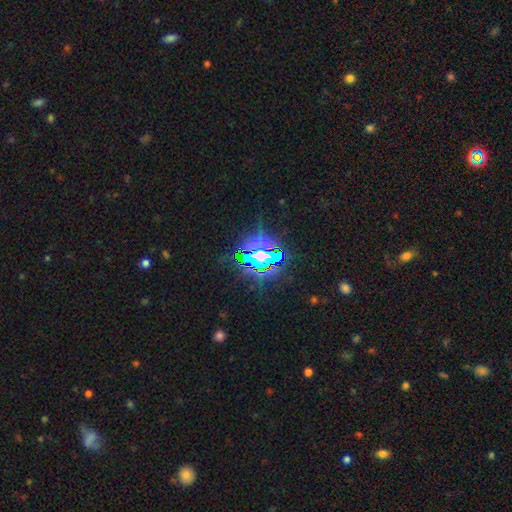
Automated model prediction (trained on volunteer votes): Q: Smooth or featured?
A: star or artifact (72%); runner-up: smooth (14%)